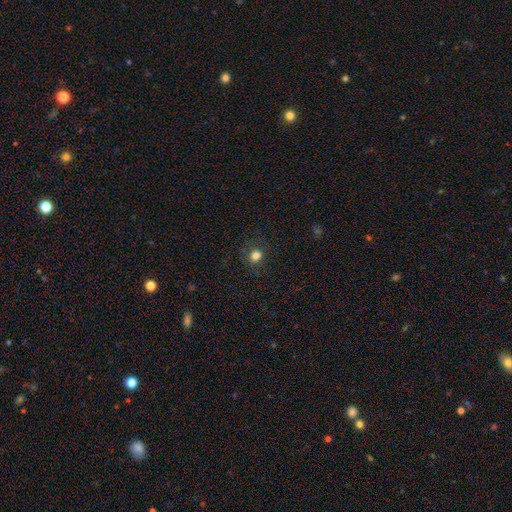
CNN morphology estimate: Smooth or featured? Predicted: smooth (p=0.80). How rounded? Predicted: round (p=0.68). Merging? Predicted: none (p=0.81).